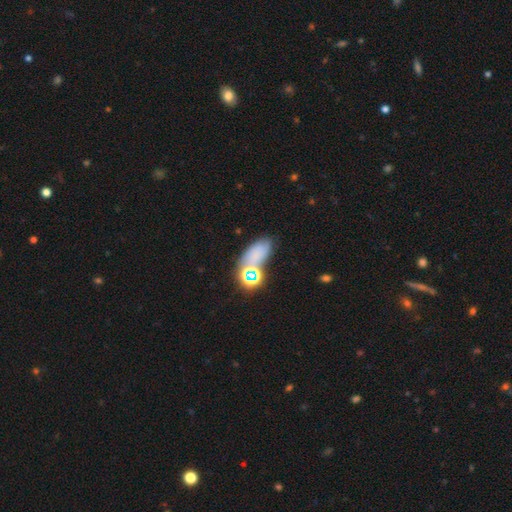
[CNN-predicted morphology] type=smooth (56%); roundness=in between (78%); merging=none (47%).